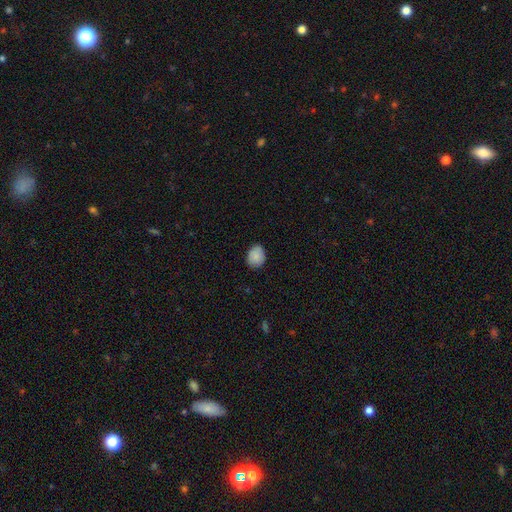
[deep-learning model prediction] Smooth or featured?
  - smooth: 85% *
  - star or artifact: 7%
  - featured or disk: 7%
How rounded?
  - in between: 53% *
  - round: 46%
  - cigar-shaped: 1%
Merging?
  - none: 81% *
  - minor disturbance: 16%
  - major disturbance: 2%
  - merger: 1%